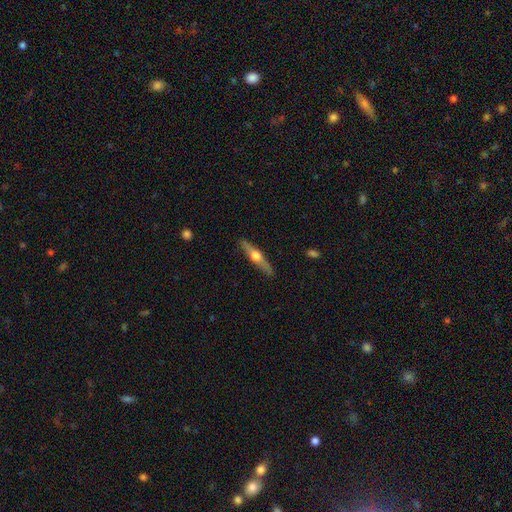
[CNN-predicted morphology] A featured or disk galaxy (68%) viewed edge-on (96%) with a rounded central bulge (95%). Merging: none (89%).